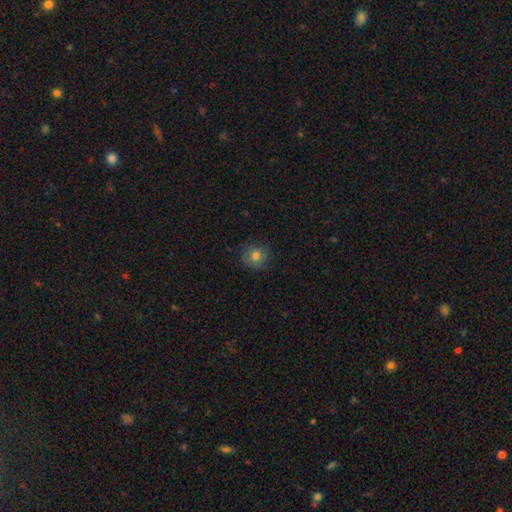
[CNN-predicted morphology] A smooth galaxy with no disk features (77%) that is round (90%).

Vote fractions:
- Smooth or featured? smooth: 77% / featured or disk: 12% / star or artifact: 11%
- How rounded? round: 90% / in between: 9% / cigar-shaped: 1%
- Merging? none: 84% / minor disturbance: 12% / major disturbance: 3% / merger: 1%